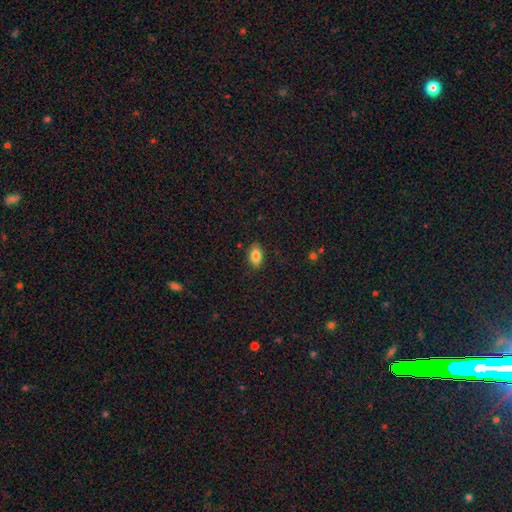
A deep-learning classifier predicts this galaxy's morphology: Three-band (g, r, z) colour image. It shows a smooth galaxy with no disk features (84%) that is in between round and cigar-shaped (89%). Merging: none (85%).